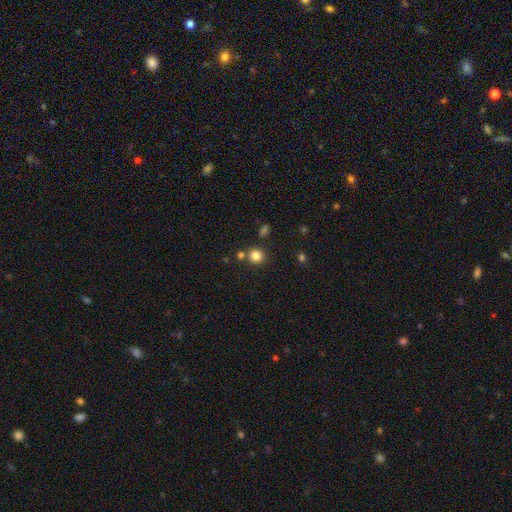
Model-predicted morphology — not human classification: The model was most divided on "merging": none: 78%, merger: 11%, minor disturbance: 8%, major disturbance: 3%. More confident: how rounded — round (90%); smooth or featured — smooth (81%).